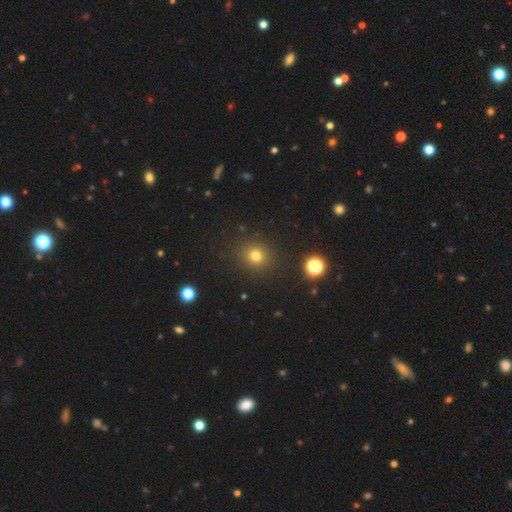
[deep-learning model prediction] Smooth or featured?
  - smooth: 76% *
  - star or artifact: 18%
  - featured or disk: 6%
How rounded?
  - round: 86% *
  - in between: 13%
  - cigar-shaped: 1%
Merging?
  - none: 89% *
  - minor disturbance: 7%
  - major disturbance: 3%
  - merger: 2%